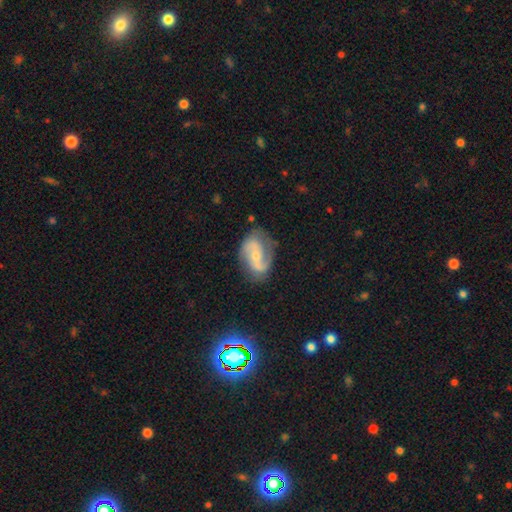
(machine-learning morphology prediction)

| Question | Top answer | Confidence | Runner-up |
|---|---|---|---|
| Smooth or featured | featured or disk | 81% | smooth (13%) |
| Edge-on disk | no | 97% | yes (3%) |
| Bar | no | 43% | weak (39%) |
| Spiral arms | yes | 94% | no (6%) |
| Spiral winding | loose | 42% | tied: medium (42%) |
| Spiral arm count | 2 | 88% | can't tell (5%) |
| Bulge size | small | 56% | moderate (40%) |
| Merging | none | 71% | minor disturbance (19%) |